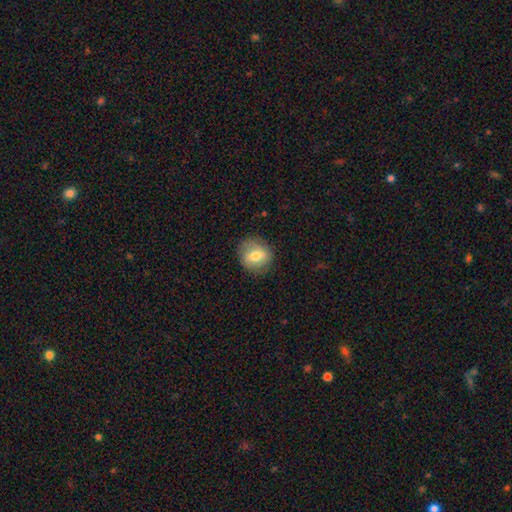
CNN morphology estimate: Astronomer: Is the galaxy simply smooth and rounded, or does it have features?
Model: smooth — 68%.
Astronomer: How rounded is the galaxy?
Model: round — 79%.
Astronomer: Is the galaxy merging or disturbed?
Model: none — 83%.